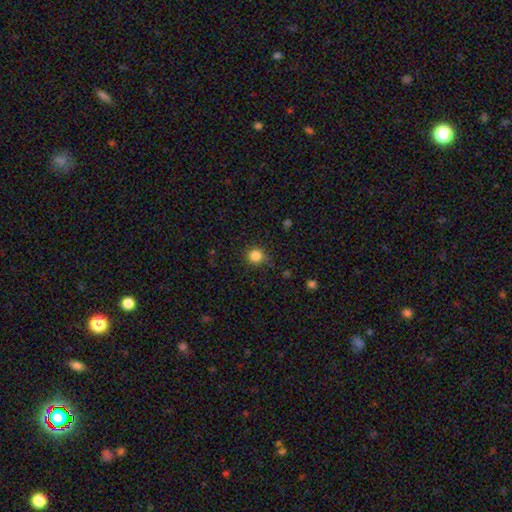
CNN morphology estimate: type=smooth (84%); roundness=round (92%); merging=none (82%).